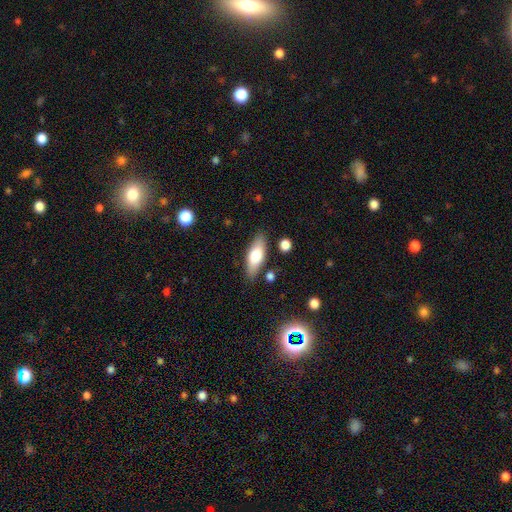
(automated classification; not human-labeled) smooth_or_featured: smooth (p=0.69) [alt: featured or disk p=0.25]
how_rounded: in between (p=0.71) [alt: cigar-shaped p=0.27]
merging: none (p=0.84) [alt: minor disturbance p=0.11]